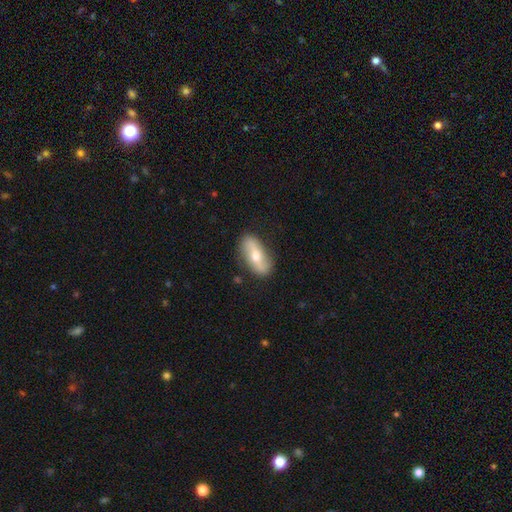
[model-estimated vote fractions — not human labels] A featured or disk galaxy (48%). Merging: none (82%).